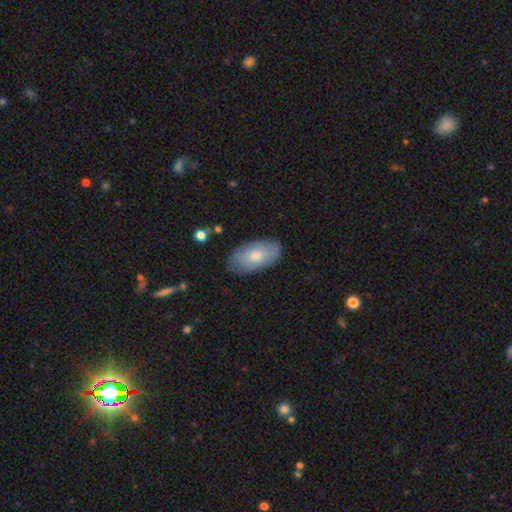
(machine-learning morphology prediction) Smooth or featured?
  - smooth: 70% *
  - featured or disk: 24%
  - star or artifact: 6%
How rounded?
  - in between: 95% *
  - round: 3%
  - cigar-shaped: 2%
Merging?
  - none: 83% *
  - minor disturbance: 13%
  - major disturbance: 3%
  - merger: 1%